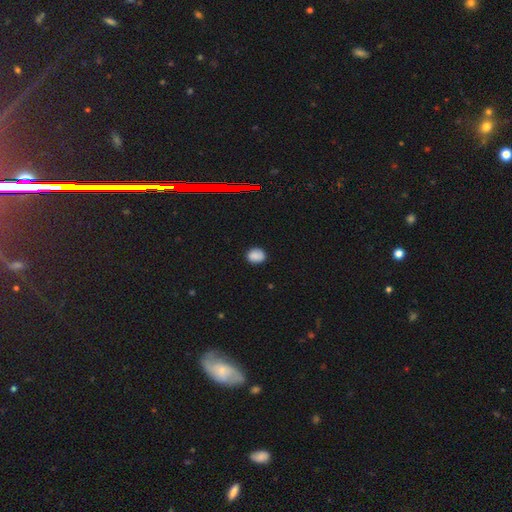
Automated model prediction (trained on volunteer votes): This is clearly a smooth galaxy (85%). How rounded: likely round (64%). Merging: clearly none (87%).